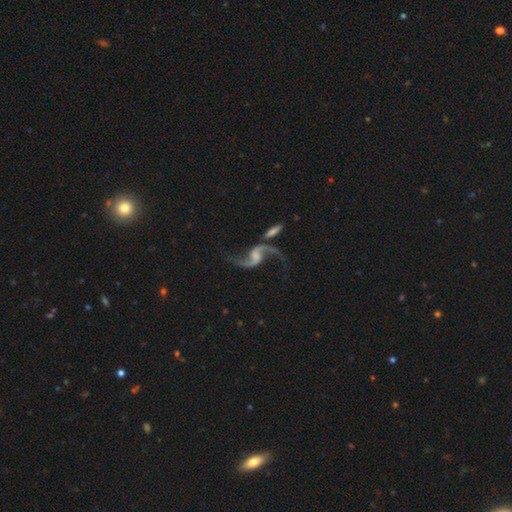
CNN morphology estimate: Smooth or featured: featured or disk — 91% (star or artifact — 5%)
Edge-on disk: no — 97% (yes — 3%)
Bar: no — 46% (weak — 41%)
Spiral arms: yes — 97% (no — 3%)
Spiral winding: loose — 86% (medium — 11%)
Spiral arm count: 2 — 93% (1 — 2%)
Bulge size: small — 35% (tied with none — 35%)
Merging: none — 62% (minor disturbance — 15%)